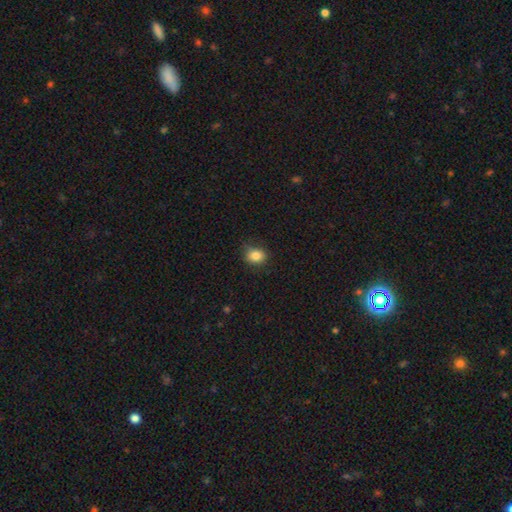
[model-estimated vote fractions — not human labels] Smooth or featured? Predicted: smooth (p=0.84). How rounded? Predicted: round (p=0.52). Merging? Predicted: none (p=0.78).